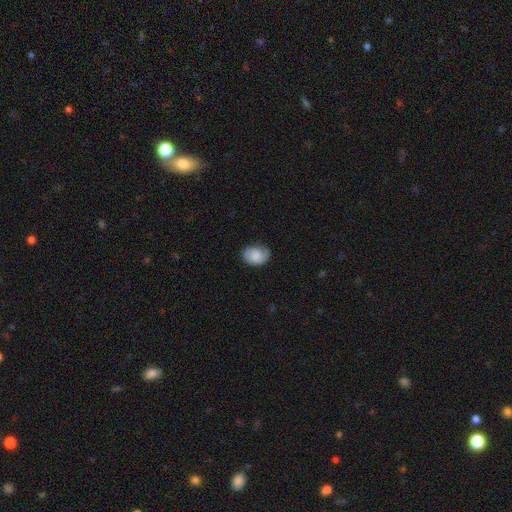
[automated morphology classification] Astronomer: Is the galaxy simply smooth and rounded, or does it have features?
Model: smooth — 68%.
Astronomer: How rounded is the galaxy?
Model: in between — 70%.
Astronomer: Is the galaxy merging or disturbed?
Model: none — 67%.